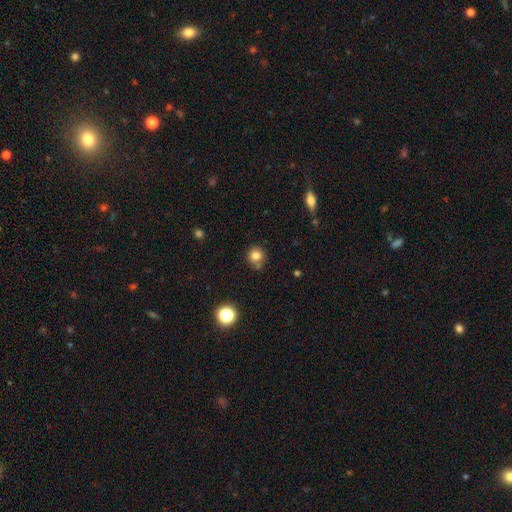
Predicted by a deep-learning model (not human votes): Morphology: type=smooth (80%); roundness=round (87%); merging=none (70%).